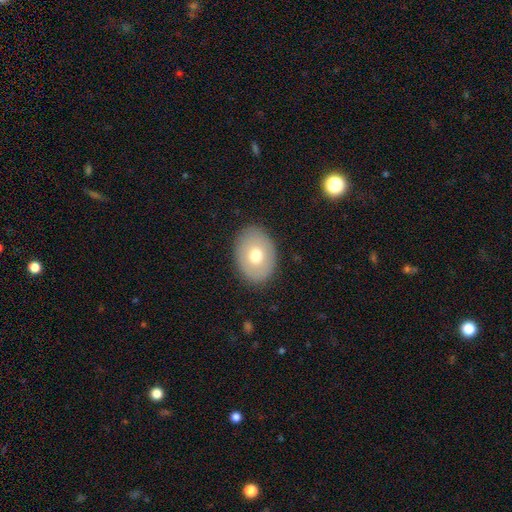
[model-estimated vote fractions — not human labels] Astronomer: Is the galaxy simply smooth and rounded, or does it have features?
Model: smooth — 67%.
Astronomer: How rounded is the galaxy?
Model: in between — 72%.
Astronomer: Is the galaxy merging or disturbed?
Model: none — 87%.